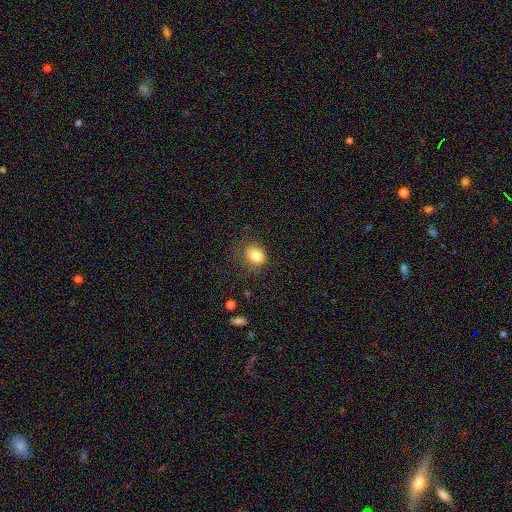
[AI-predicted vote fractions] Overall: smooth (81%). How rounded: round (55%; in between 44%). Merging: none (71%).